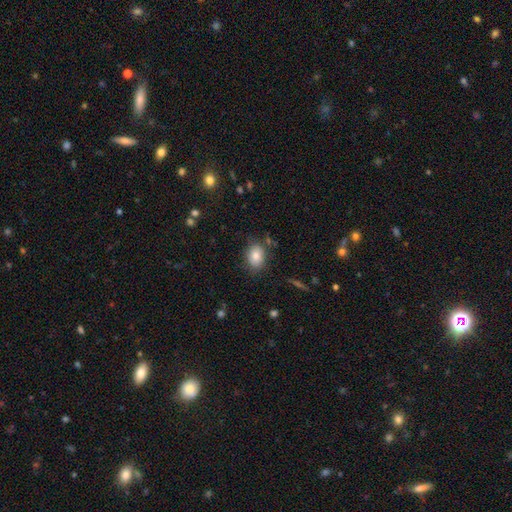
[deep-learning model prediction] smooth_or_featured: smooth (p=0.83) [alt: star or artifact p=0.09]
how_rounded: in between (p=0.74) [alt: round p=0.25]
merging: none (p=0.80) [alt: minor disturbance p=0.14]